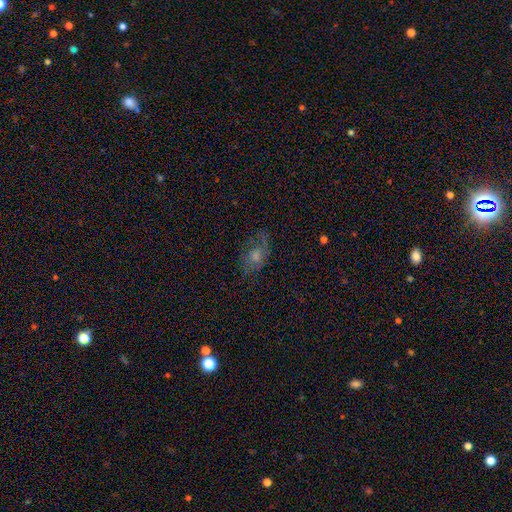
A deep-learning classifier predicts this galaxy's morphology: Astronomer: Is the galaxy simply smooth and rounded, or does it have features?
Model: smooth — 46% (runner-up: featured or disk, 39%).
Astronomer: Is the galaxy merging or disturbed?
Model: none — 57%.